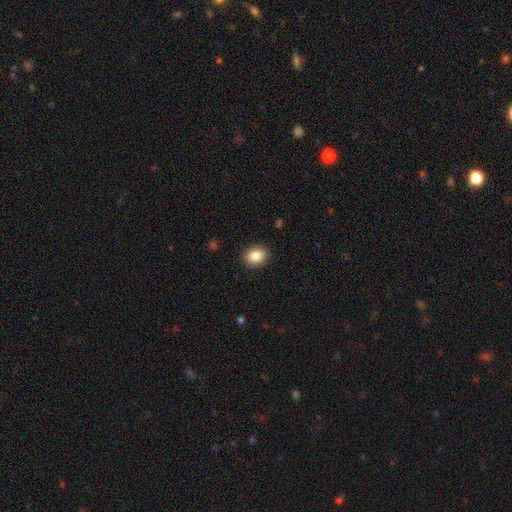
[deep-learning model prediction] A smooth galaxy with no disk features (85%) that is round (57%).

Vote fractions:
- Smooth or featured? smooth: 85% / star or artifact: 9% / featured or disk: 6%
- How rounded? round: 57% / in between: 42% / cigar-shaped: 1%
- Merging? none: 90% / minor disturbance: 7% / major disturbance: 2% / merger: 1%